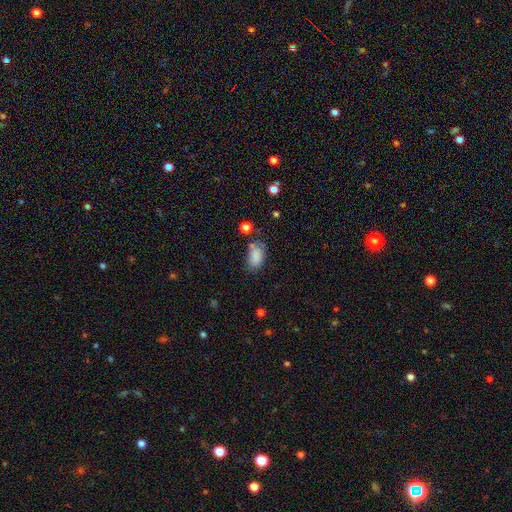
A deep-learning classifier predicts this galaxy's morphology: This appears to be a smooth galaxy with no disk features (82%) that is in between round and cigar-shaped (90%). Merging: none (56%).